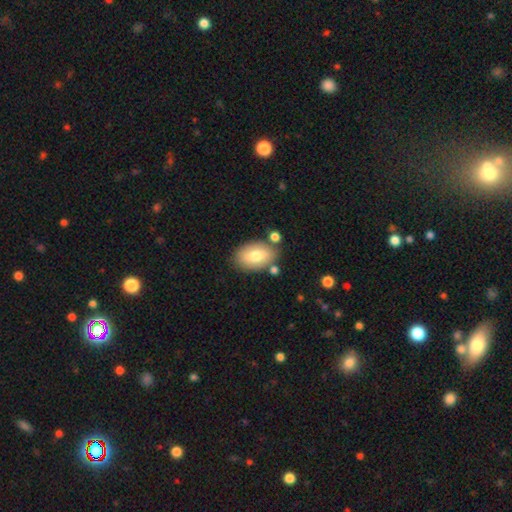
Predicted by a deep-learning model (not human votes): Smooth or featured?
  - smooth: 74% *
  - featured or disk: 19%
  - star or artifact: 7%
How rounded?
  - in between: 90% *
  - round: 9%
  - cigar-shaped: 2%
Merging?
  - none: 76% *
  - minor disturbance: 14%
  - merger: 7%
  - major disturbance: 3%